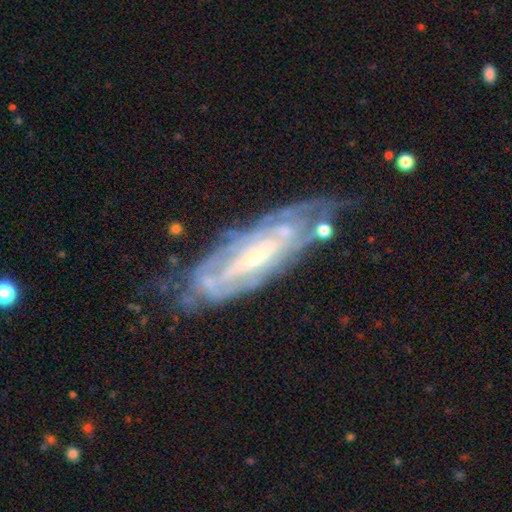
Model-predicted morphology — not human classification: Smooth or featured: featured or disk — 80% (smooth — 13%)
Edge-on disk: no — 77% (yes — 23%)
Bar: no — 39% (weak — 37%)
Spiral arms: yes — 80% (no — 20%)
Bulge size: small — 47% (moderate — 35%)
Merging: none — 56% (minor disturbance — 25%)